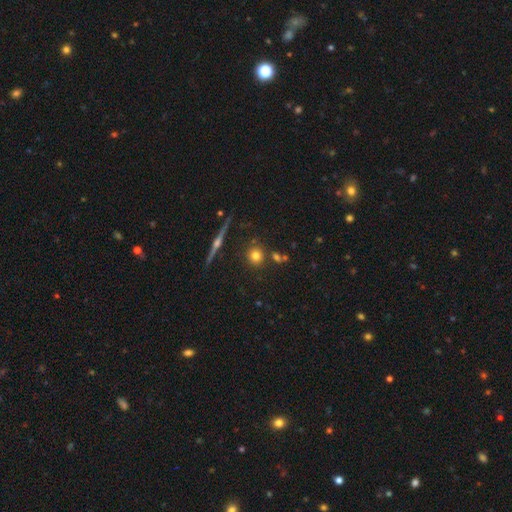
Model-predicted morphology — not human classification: A smooth galaxy with no disk features (73%) that is round (92%).

Vote fractions:
- Smooth or featured? smooth: 73% / featured or disk: 15% / star or artifact: 13%
- How rounded? round: 92% / in between: 6% / cigar-shaped: 2%
- Merging? none: 80% / merger: 9% / minor disturbance: 8% / major disturbance: 3%